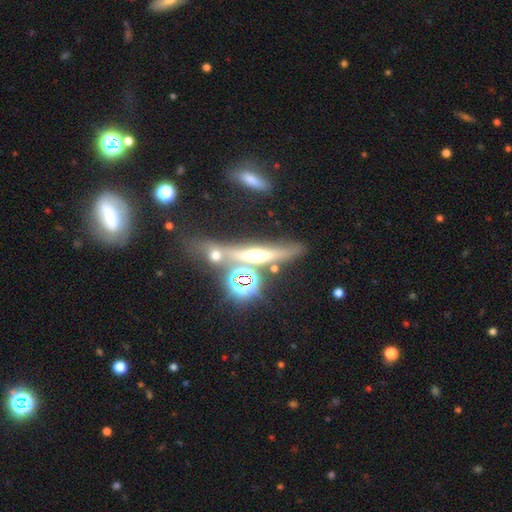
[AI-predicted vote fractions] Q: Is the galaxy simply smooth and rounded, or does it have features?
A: featured or disk — 45%.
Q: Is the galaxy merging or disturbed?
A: none — 60%.